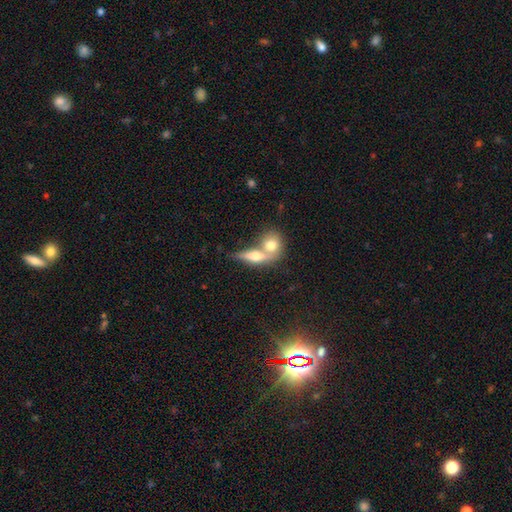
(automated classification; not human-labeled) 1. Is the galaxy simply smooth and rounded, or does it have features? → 54% smooth, 39% featured or disk, 7% star or artifact.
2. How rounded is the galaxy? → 49% in between, 30% cigar-shaped, 22% round.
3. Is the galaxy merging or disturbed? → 56% merger, 33% none, 7% minor disturbance, 4% major disturbance.